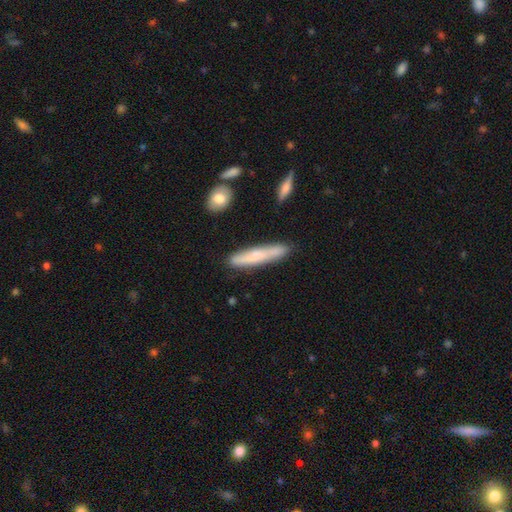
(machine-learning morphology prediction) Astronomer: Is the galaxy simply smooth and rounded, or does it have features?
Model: smooth — 66%.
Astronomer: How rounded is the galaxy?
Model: cigar-shaped — 92%.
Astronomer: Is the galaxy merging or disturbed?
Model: none — 82%.